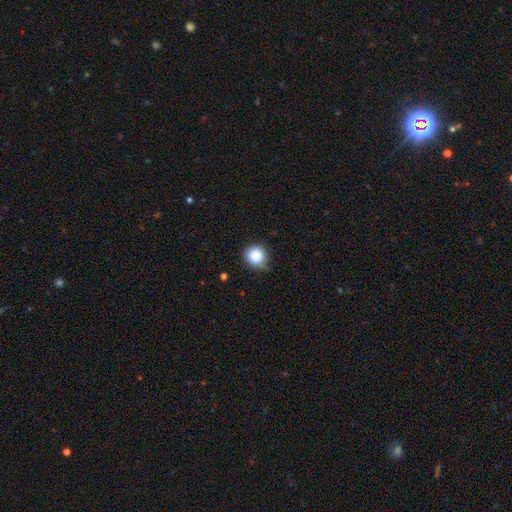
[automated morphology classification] Smooth or featured? Predicted: smooth (p=0.87). How rounded? Predicted: round (p=0.93). Merging? Predicted: none (p=0.67).